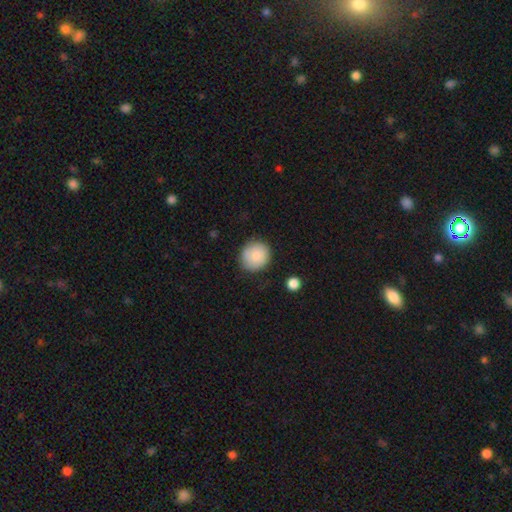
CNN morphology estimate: type=smooth (84%); roundness=round (87%); merging=none (82%).